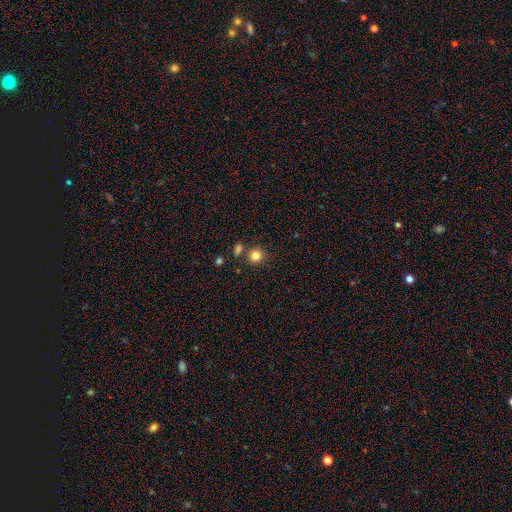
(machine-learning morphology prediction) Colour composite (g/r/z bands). It shows a smooth galaxy with no disk features (82%) that is round (88%). Merging: none (76%).